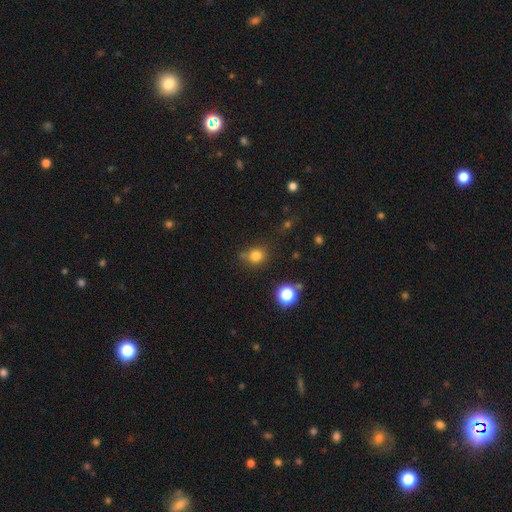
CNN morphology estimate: smooth-or-featured: smooth: 79% | star or artifact: 15% | featured or disk: 6%
  how-rounded: round: 82% | in between: 17% | cigar-shaped: 1%
  merging: none: 70% | minor disturbance: 17% | merger: 8% | major disturbance: 5%